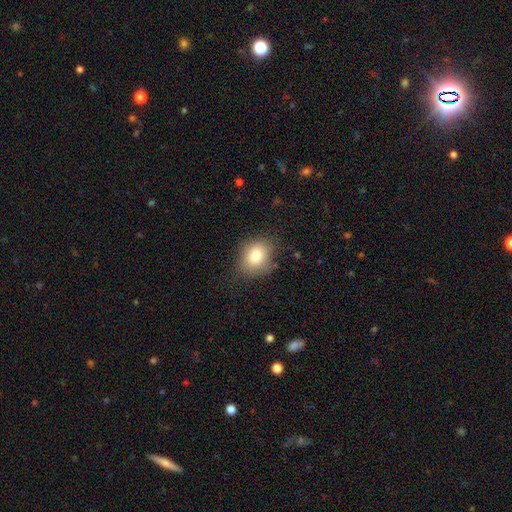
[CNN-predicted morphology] This is clearly a smooth galaxy (80%). How rounded: possibly round (52%). Merging: likely none (78%).